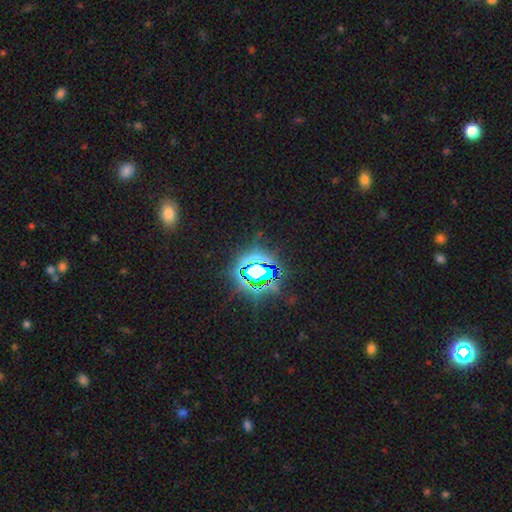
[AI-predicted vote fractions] Morphology: type=star or artifact (76%).